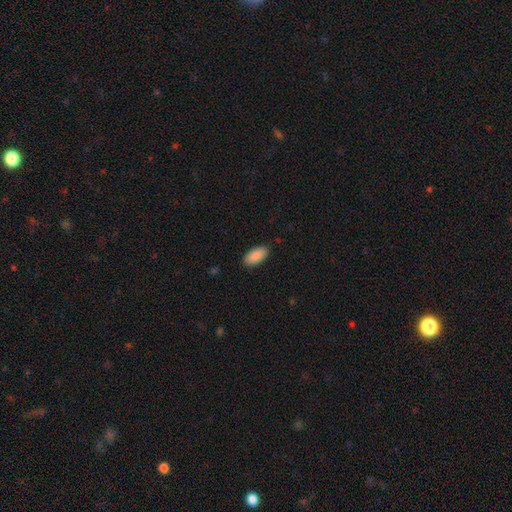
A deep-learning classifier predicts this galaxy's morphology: The model was most divided on "merging": none: 88%, minor disturbance: 9%, major disturbance: 2%, merger: 1%. More confident: how rounded — in between (93%); smooth or featured — smooth (89%).